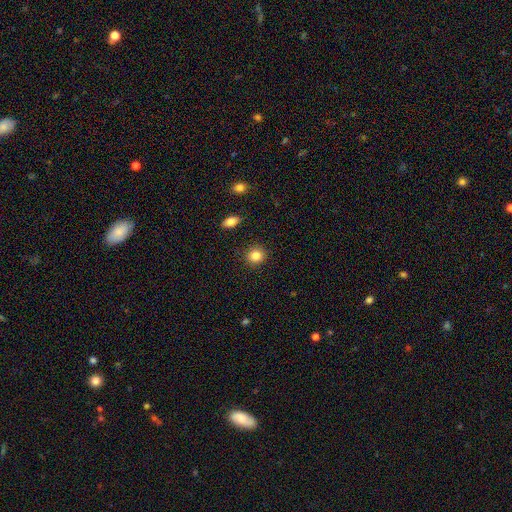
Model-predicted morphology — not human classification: A smooth galaxy with no disk features (84%) that is round (85%).

Vote fractions:
- Smooth or featured? smooth: 84% / star or artifact: 10% / featured or disk: 6%
- How rounded? round: 85% / in between: 14% / cigar-shaped: 1%
- Merging? none: 90% / minor disturbance: 6% / major disturbance: 2% / merger: 1%